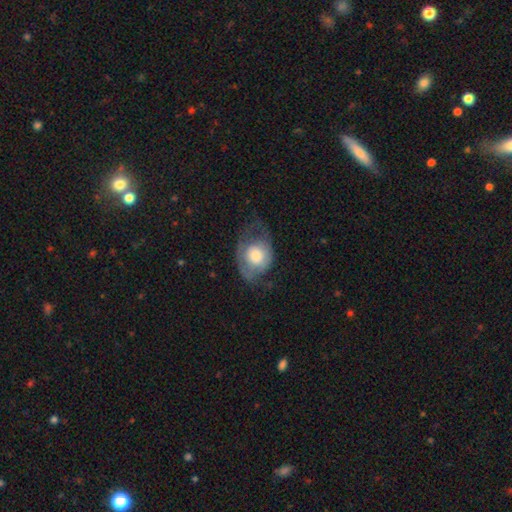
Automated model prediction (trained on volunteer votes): This appears to be a smooth galaxy with no disk features (55%) that is in between round and cigar-shaped (57%). Merging: major disturbance (35%).